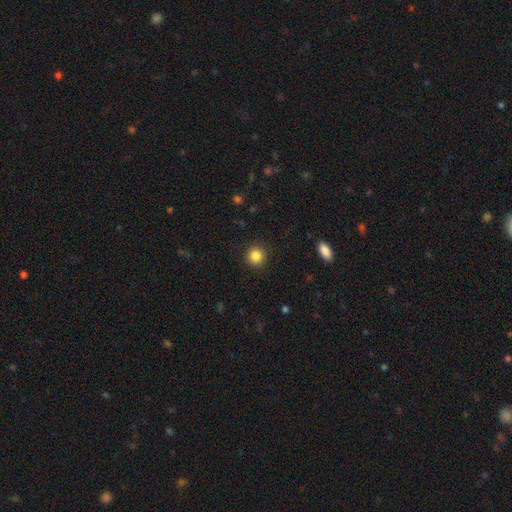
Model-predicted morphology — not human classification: type=smooth (85%); roundness=round (93%); merging=none (91%).